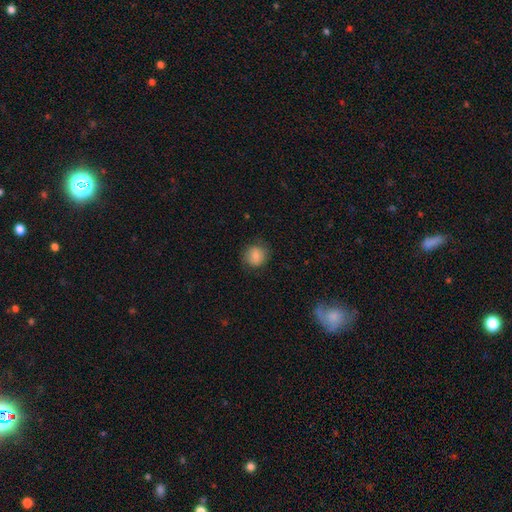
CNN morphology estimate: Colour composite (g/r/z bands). It shows a smooth galaxy with no disk features (83%) that is round (85%). Merging: none (82%).